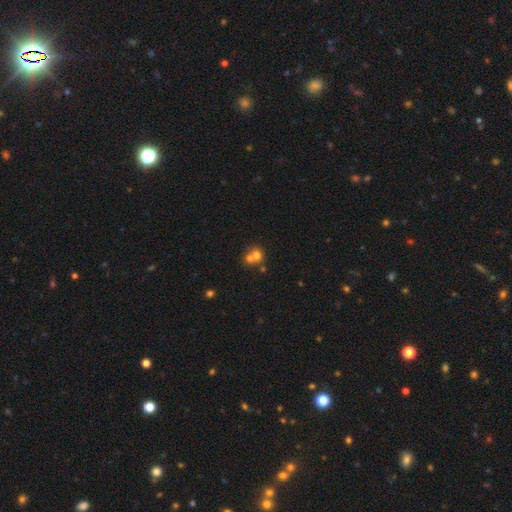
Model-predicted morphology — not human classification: Smooth or featured? Predicted: smooth (p=0.67). How rounded? Predicted: round (p=0.80). Merging? Predicted: merger (p=0.58).